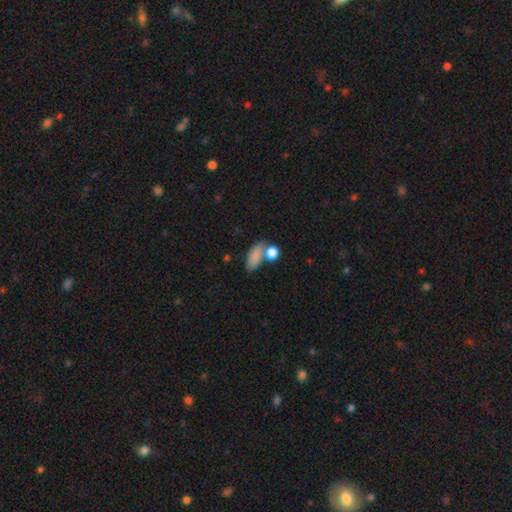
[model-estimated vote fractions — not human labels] A smooth galaxy with no disk features (83%) that is in between round and cigar-shaped (79%).

Vote fractions:
- Smooth or featured? smooth: 83% / featured or disk: 9% / star or artifact: 8%
- How rounded? in between: 79% / cigar-shaped: 11% / round: 9%
- Merging? none: 51% / merger: 27% / minor disturbance: 15% / major disturbance: 7%